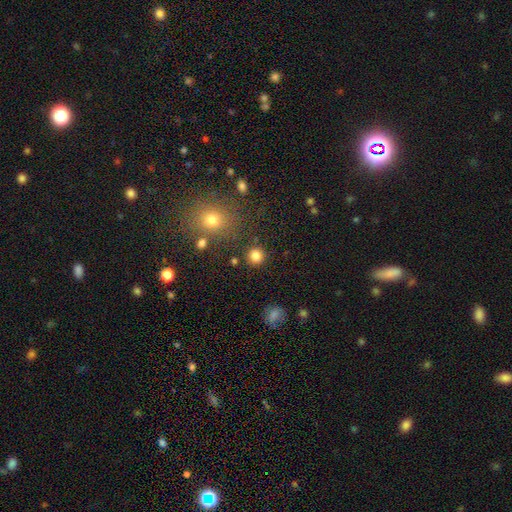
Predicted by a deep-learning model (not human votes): Overall: smooth (83%). How rounded: round (94%). Merging: none (88%).